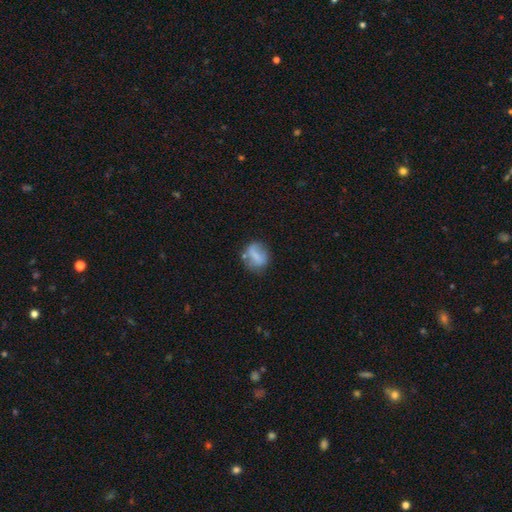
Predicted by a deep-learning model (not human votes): Smooth or featured?
  - smooth: 63% *
  - featured or disk: 28%
  - star or artifact: 9%
How rounded?
  - round: 62% *
  - in between: 36%
  - cigar-shaped: 2%
Merging?
  - none: 59% *
  - minor disturbance: 24%
  - major disturbance: 10%
  - merger: 7%